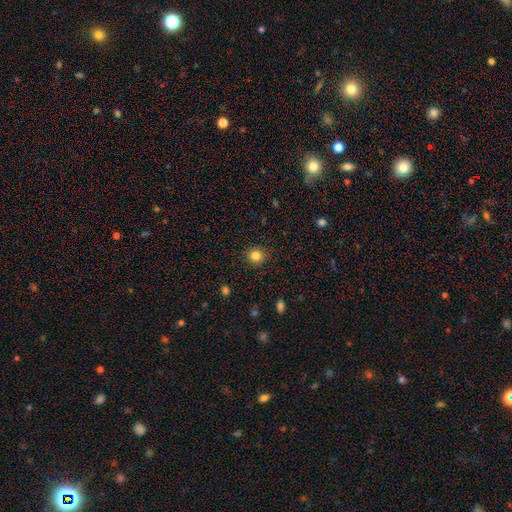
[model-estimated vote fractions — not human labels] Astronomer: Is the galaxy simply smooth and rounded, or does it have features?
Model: smooth — 83%.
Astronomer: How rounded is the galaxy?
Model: round — 90%.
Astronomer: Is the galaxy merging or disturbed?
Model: none — 89%.